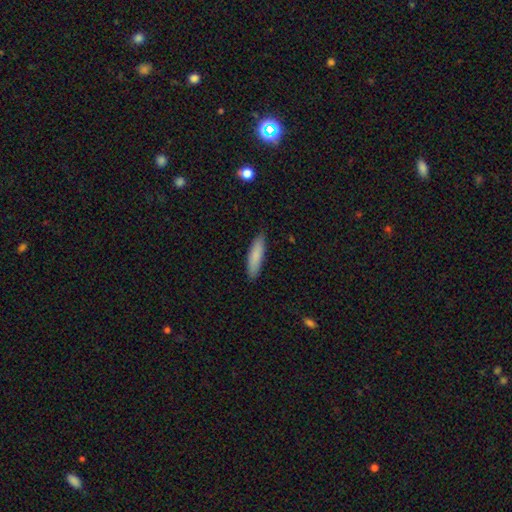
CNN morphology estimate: type=smooth (85%); roundness=cigar-shaped (72%); merging=none (88%).